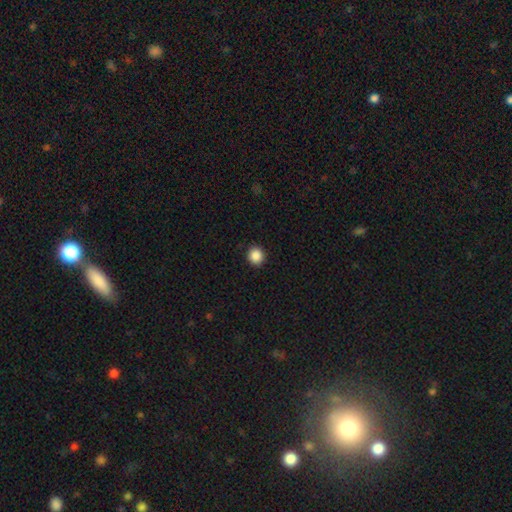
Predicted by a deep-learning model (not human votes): Overall: smooth (88%). How rounded: round (89%). Merging: none (92%).